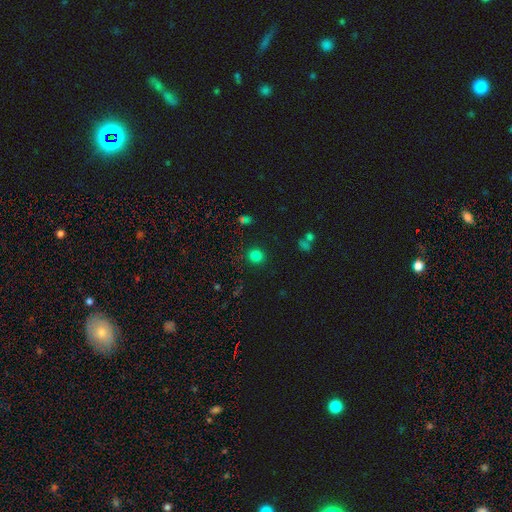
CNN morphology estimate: Overall: smooth (81%). How rounded: round (89%). Merging: none (90%).